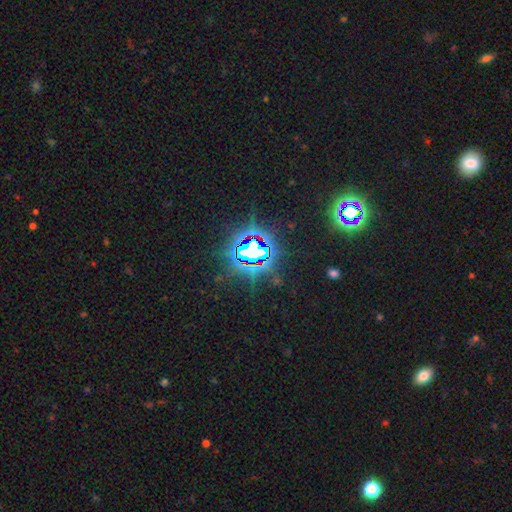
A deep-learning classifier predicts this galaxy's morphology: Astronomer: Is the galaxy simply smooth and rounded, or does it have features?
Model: star or artifact — 82%.